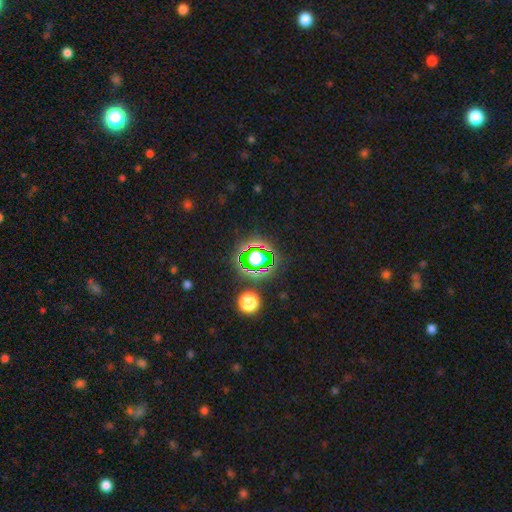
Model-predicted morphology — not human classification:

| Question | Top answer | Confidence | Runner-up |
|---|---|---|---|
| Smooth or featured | star or artifact | 61% | smooth (26%) |